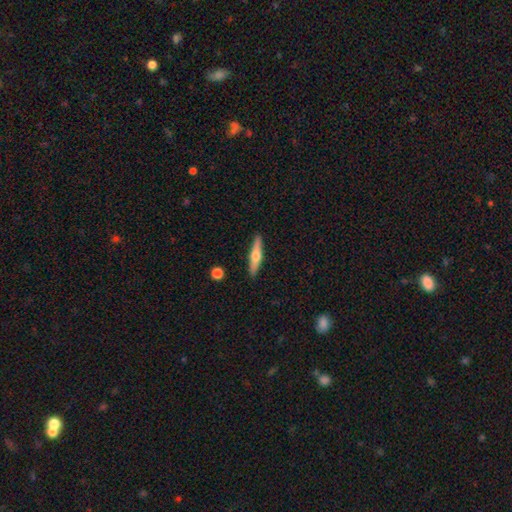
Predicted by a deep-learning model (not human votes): This appears to be a featured or disk galaxy (53%) viewed edge-on (94%) with a rounded central bulge (92%). Merging: none (90%).